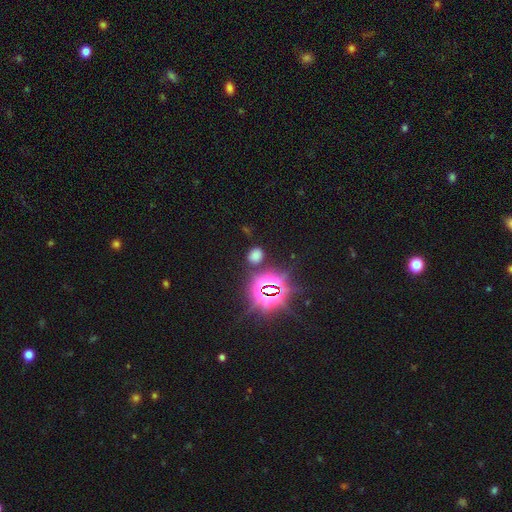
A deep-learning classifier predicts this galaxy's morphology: smooth_or_featured: smooth (p=0.54) [alt: star or artifact p=0.40]
how_rounded: in between (p=0.52) [alt: round p=0.46]
merging: none (p=0.81) [alt: minor disturbance p=0.10]